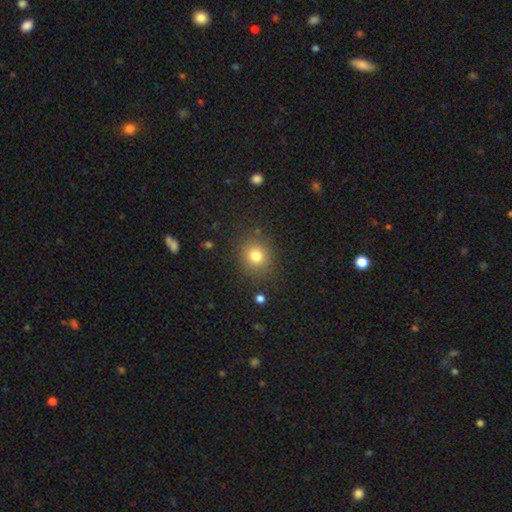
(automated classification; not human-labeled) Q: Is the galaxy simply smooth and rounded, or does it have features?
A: smooth — 79%.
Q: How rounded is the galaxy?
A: round — 82%.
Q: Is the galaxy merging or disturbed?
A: none — 86%.